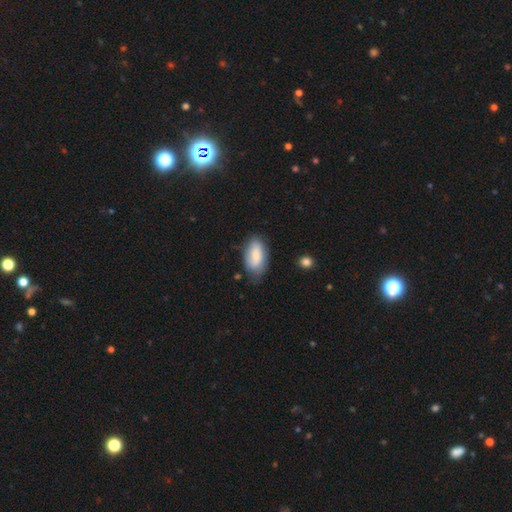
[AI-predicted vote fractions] A smooth galaxy with no disk features (80%) that is in between round and cigar-shaped (93%).

Vote fractions:
- Smooth or featured? smooth: 80% / featured or disk: 14% / star or artifact: 6%
- How rounded? in between: 93% / cigar-shaped: 4% / round: 3%
- Merging? none: 62% / minor disturbance: 29% / major disturbance: 7% / merger: 3%